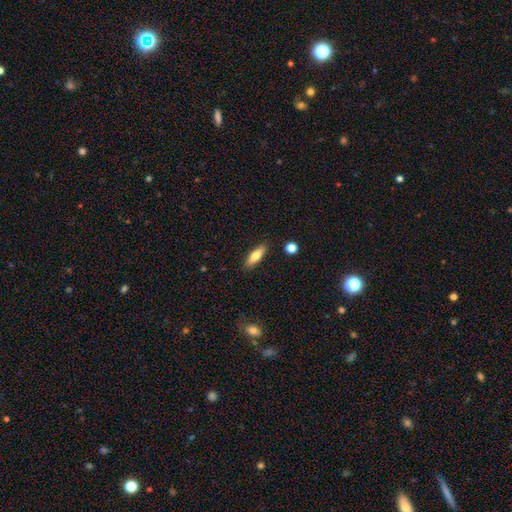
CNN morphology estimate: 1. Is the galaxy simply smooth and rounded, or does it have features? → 68% smooth, 26% featured or disk, 7% star or artifact.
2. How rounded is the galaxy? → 51% in between, 47% cigar-shaped, 3% round.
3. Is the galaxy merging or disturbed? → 87% none, 9% minor disturbance, 2% major disturbance, 2% merger.